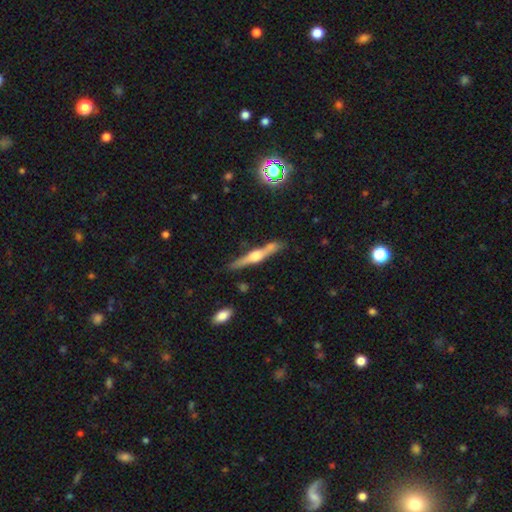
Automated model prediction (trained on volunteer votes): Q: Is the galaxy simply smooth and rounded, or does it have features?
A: featured or disk — 74%.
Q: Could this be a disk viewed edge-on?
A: yes — 97%.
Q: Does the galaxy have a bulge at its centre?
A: rounded — 85%.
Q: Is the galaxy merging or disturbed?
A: none — 81%.